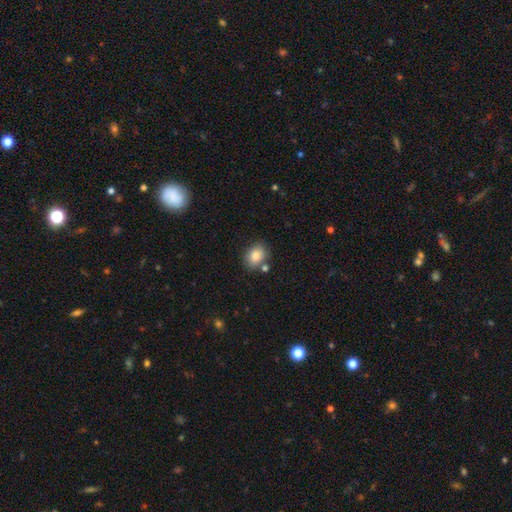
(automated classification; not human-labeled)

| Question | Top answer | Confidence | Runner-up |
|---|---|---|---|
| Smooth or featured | smooth | 82% | featured or disk (9%) |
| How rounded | in between | 63% | round (36%) |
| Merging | none | 76% | minor disturbance (12%) |